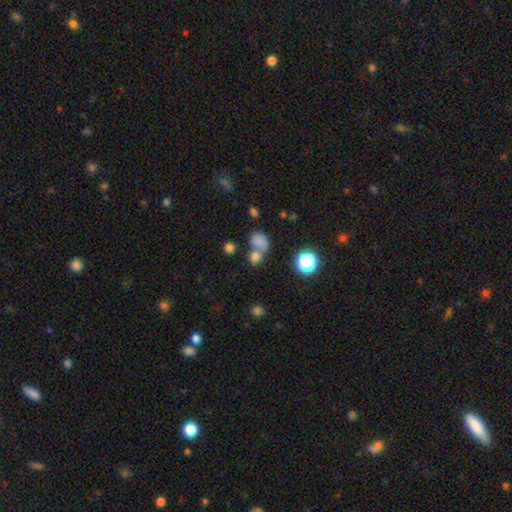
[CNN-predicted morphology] This appears to be a smooth galaxy with no disk features (68%) that is round (57%). Merging: merger (48%).